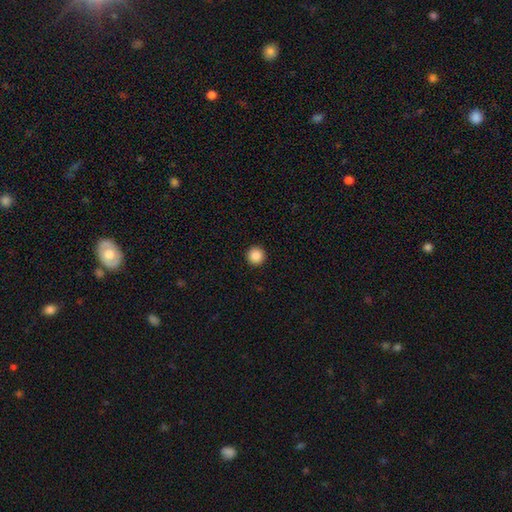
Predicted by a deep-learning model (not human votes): Morphology: type=smooth (88%); roundness=round (96%); merging=none (94%).